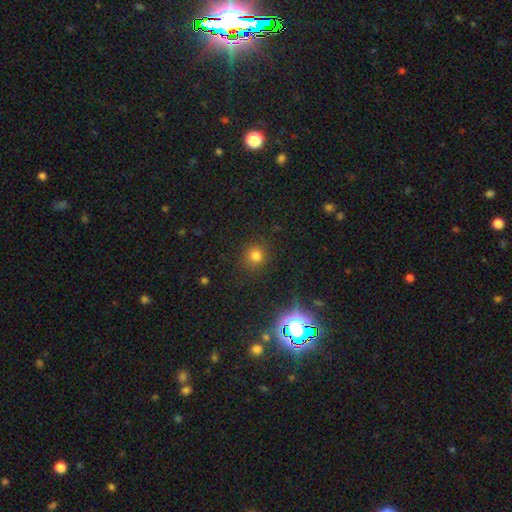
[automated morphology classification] smooth_or_featured: smooth (p=0.74) [alt: star or artifact p=0.20]
how_rounded: round (p=0.89) [alt: in between p=0.10]
merging: none (p=0.87) [alt: minor disturbance p=0.08]